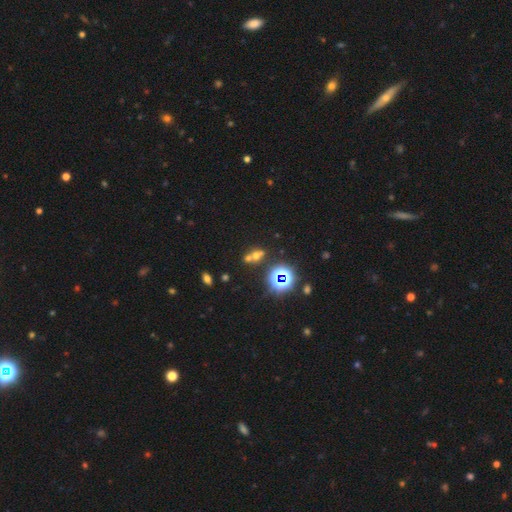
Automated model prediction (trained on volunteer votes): smooth_or_featured: smooth (p=0.45) [alt: star or artifact p=0.37]
merging: merger (p=0.50) [alt: none p=0.38]